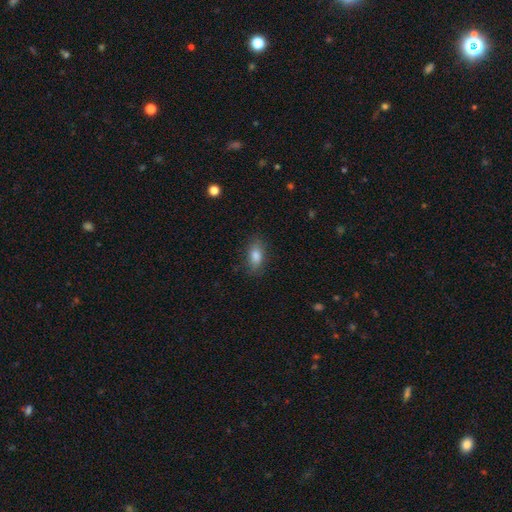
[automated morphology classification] smooth 83%, featured or disk 9%, star or artifact 8%. Down the decision tree: how rounded — in between (86%); merging — none (83%).